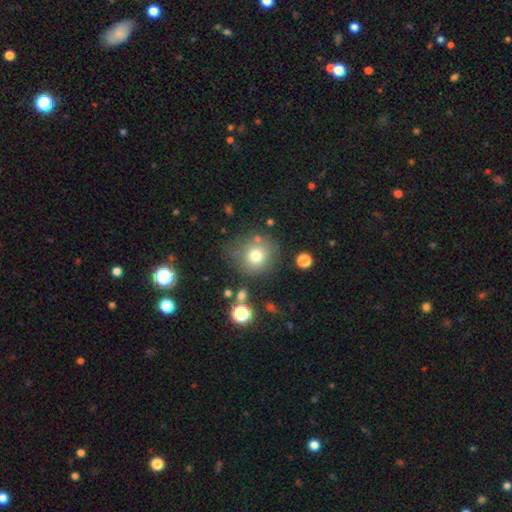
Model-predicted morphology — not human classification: smooth-or-featured: smooth: 76% | star or artifact: 13% | featured or disk: 11%
  how-rounded: round: 88% | in between: 11% | cigar-shaped: 1%
  merging: none: 73% | minor disturbance: 14% | major disturbance: 7% | merger: 6%